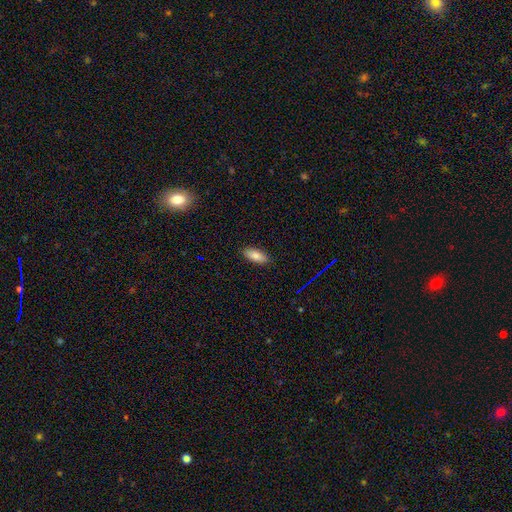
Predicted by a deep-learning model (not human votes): Morphology: type=smooth (83%); roundness=in between (78%); merging=none (89%).